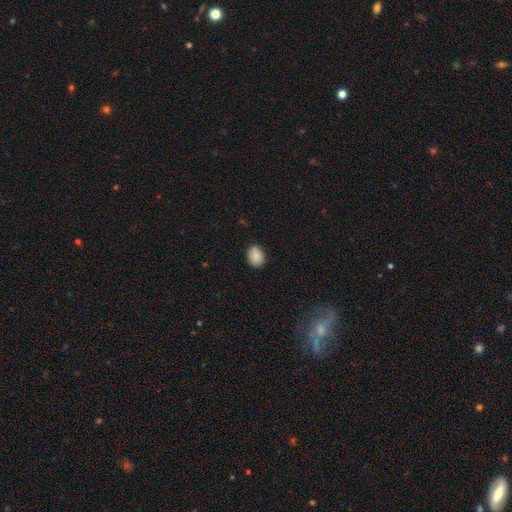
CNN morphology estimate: smooth_or_featured: smooth (p=0.85) [alt: star or artifact p=0.08]
how_rounded: in between (p=0.50) [alt: round p=0.49]
merging: none (p=0.80) [alt: minor disturbance p=0.16]